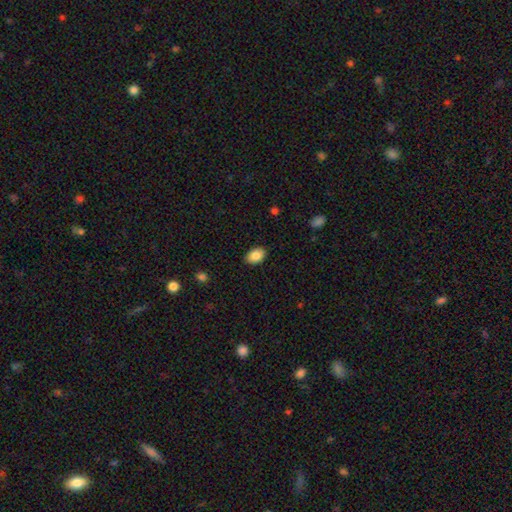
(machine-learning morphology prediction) This appears to be a smooth galaxy with no disk features (86%) that is in between round and cigar-shaped (85%). Merging: none (88%).